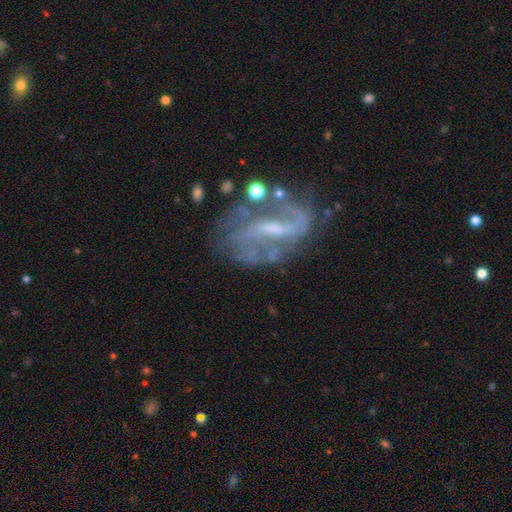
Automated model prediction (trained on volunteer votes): smooth-or-featured: featured or disk: 80% | smooth: 10% | star or artifact: 9%
  disk-edge-on: no: 95% | yes: 5%
    bar: strong: 42% | weak: 40% | no: 18%
    has-spiral-arms: yes: 80% | no: 20%
      spiral-winding: loose: 45% | medium: 37% | tight: 18%
      spiral-arm-count: 2: 67% | can't tell: 17% | 1: 8% | 3: 4% | 4: 2% | more than 4: 2%
    bulge-size: small: 50% | moderate: 24% | none: 23% | large: 2% | dominant: 1%
  merging: none: 51% | minor disturbance: 20% | major disturbance: 20% | merger: 8%